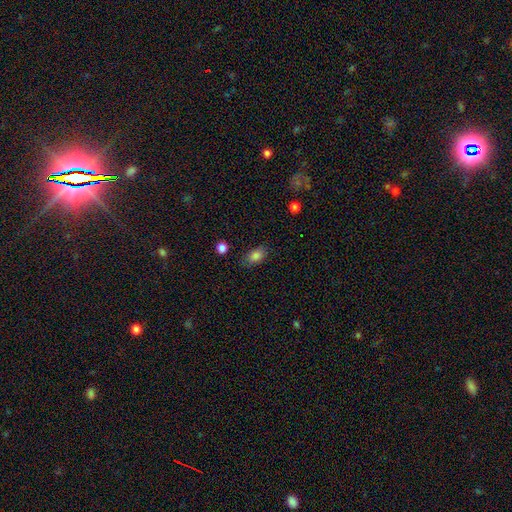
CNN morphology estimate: smooth-or-featured: smooth: 83% | star or artifact: 10% | featured or disk: 7%
  how-rounded: in between: 83% | round: 14% | cigar-shaped: 3%
  merging: none: 78% | minor disturbance: 16% | major disturbance: 4% | merger: 2%